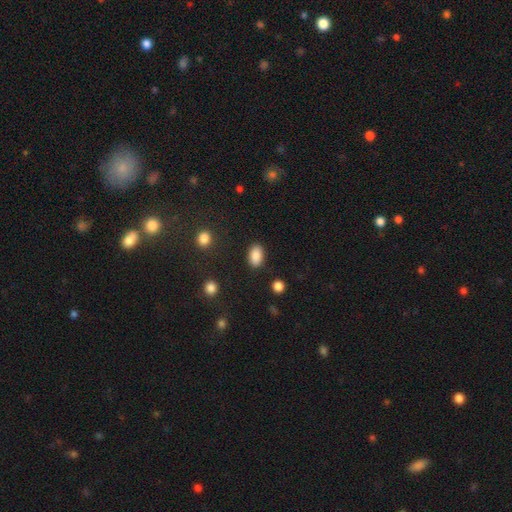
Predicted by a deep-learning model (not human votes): smooth_or_featured: smooth (p=0.89) [alt: star or artifact p=0.08]
how_rounded: in between (p=0.90) [alt: round p=0.09]
merging: none (p=0.87) [alt: minor disturbance p=0.09]